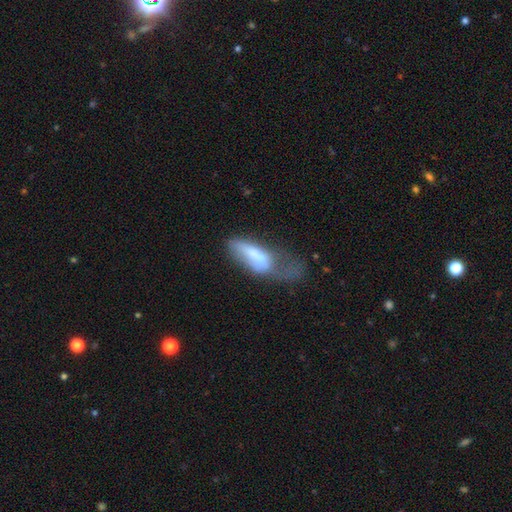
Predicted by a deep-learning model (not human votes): This is likely a smooth galaxy (62%). How rounded: possibly in between (58%). Merging: possibly major disturbance (53%).